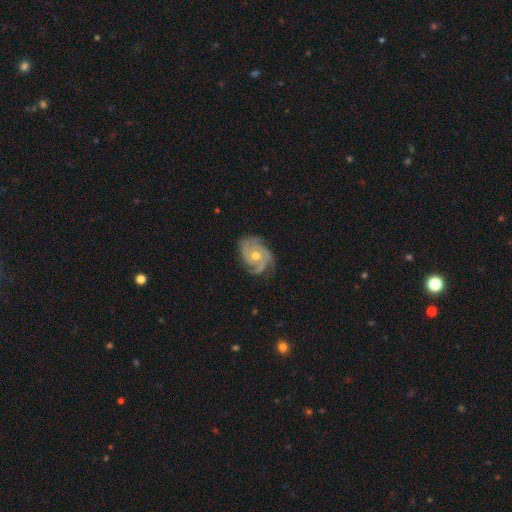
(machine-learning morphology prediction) This is clearly a featured or disk galaxy (87%). It is clearly not viewed edge-on (97%). Bar: likely no (74%). Spiral arm pattern: clearly yes (97%). Spiral arm count: possibly 3 (46%). Spiral winding: possibly tight (59%). Central bulge: likely moderate (66%). Merging: likely none (70%).